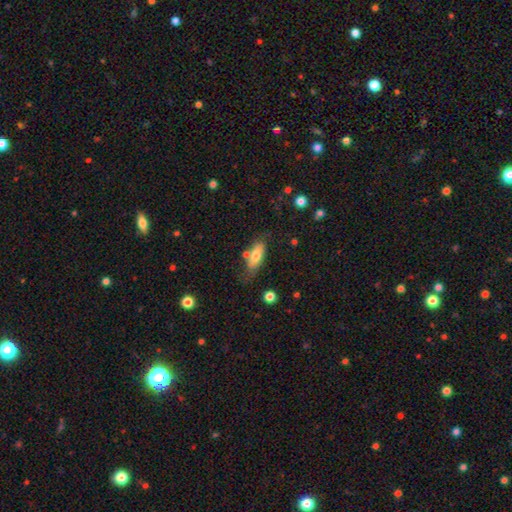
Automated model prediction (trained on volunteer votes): Smooth or featured?
  - smooth: 72% *
  - featured or disk: 21%
  - star or artifact: 7%
How rounded?
  - in between: 75% *
  - cigar-shaped: 22%
  - round: 3%
Merging?
  - none: 59% *
  - minor disturbance: 23%
  - merger: 11%
  - major disturbance: 7%